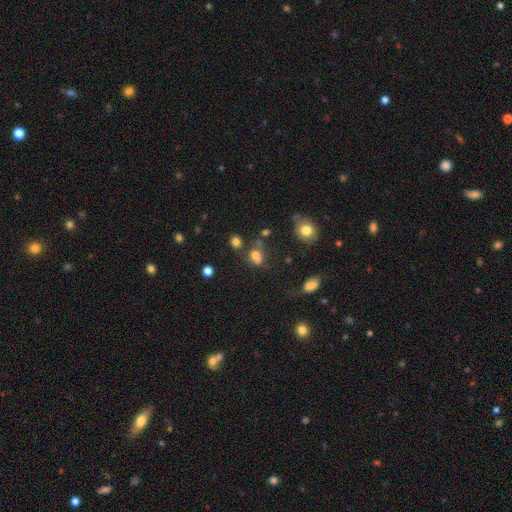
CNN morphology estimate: smooth 72%, star or artifact 17%, featured or disk 12%. Down the decision tree: how rounded — in between (61%); merging — none (46%).